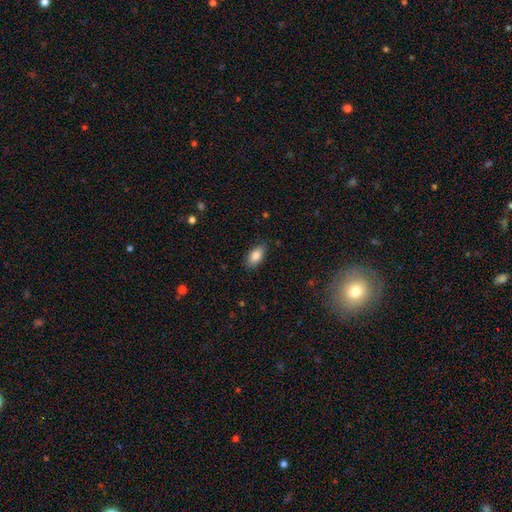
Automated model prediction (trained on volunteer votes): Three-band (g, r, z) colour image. It shows a smooth galaxy with no disk features (84%) that is in between round and cigar-shaped (89%). Merging: none (84%).